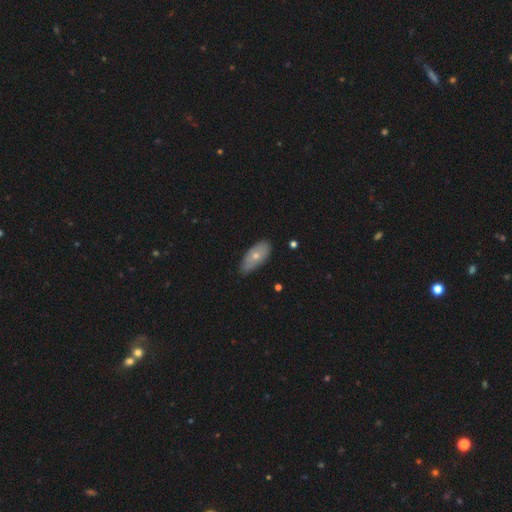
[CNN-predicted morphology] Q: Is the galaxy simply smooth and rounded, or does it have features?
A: smooth — 63%.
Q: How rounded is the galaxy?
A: in between — 87%.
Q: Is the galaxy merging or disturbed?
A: none — 75%.